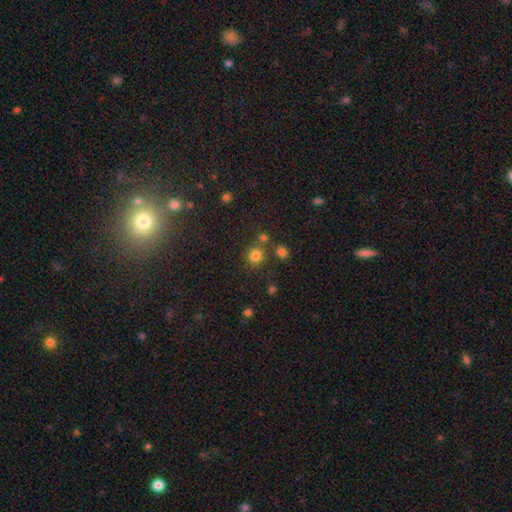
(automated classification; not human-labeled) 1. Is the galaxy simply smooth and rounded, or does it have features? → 79% smooth, 16% star or artifact, 5% featured or disk.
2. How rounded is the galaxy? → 90% round, 9% in between, 1% cigar-shaped.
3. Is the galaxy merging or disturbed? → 76% none, 13% merger, 8% minor disturbance, 4% major disturbance.